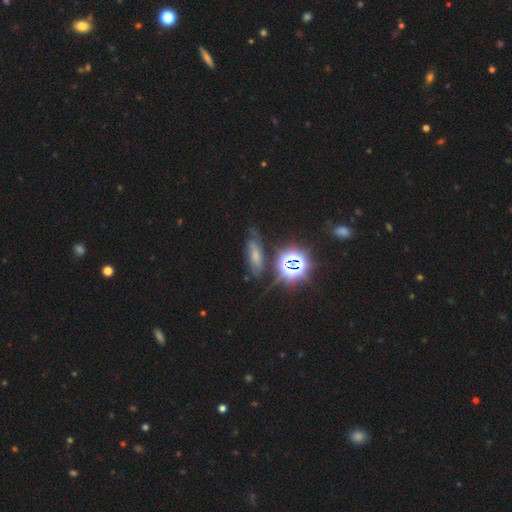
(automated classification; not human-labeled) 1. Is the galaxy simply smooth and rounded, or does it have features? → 35% star or artifact, 34% smooth, 31% featured or disk.